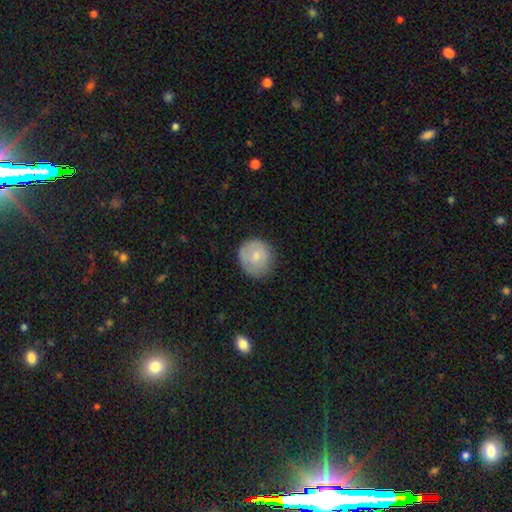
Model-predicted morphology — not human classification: This is likely a smooth galaxy (68%). How rounded: clearly round (89%). Merging: likely none (78%).